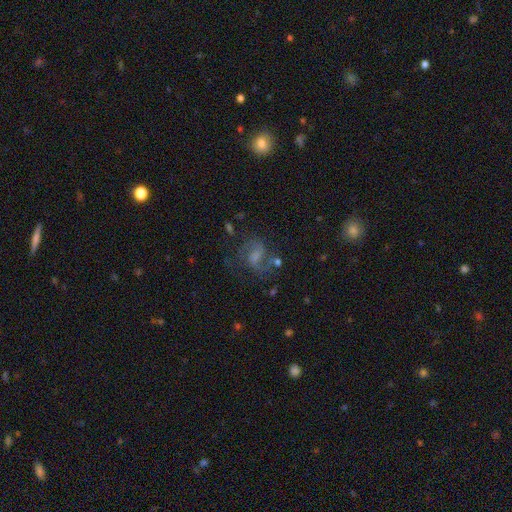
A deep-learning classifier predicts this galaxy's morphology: This is possibly a featured or disk galaxy (60%). It is clearly not viewed edge-on (97%). Bar: possibly weak (49%). Spiral arm pattern: clearly yes (86%). Central bulge: marginally none (31%). Merging: possibly none (57%).